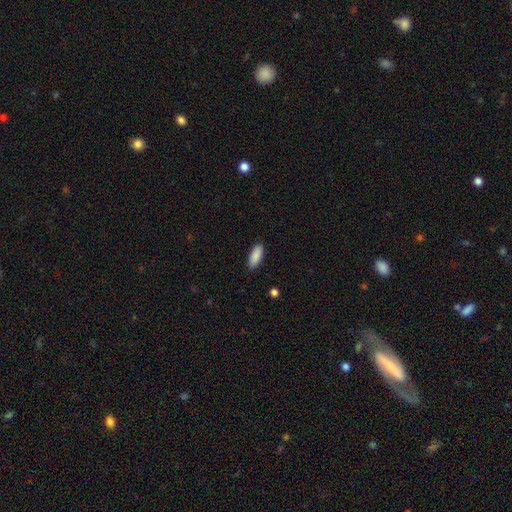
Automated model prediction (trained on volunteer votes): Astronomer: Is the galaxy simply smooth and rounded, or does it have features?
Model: smooth — 90%.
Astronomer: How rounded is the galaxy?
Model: in between — 78%.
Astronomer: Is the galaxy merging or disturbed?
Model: none — 89%.